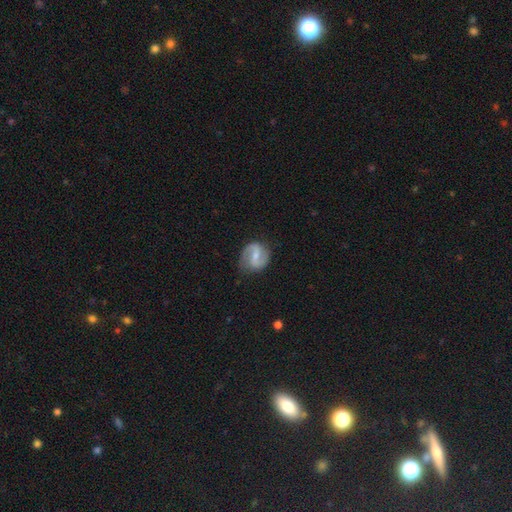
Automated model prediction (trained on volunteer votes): smooth_or_featured: featured or disk (p=0.83) [alt: smooth p=0.12]
disk_edge_on: no (p=0.98) [alt: yes p=0.02]
bar: weak (p=0.48) [alt: strong p=0.36]
has_spiral_arms: yes (p=0.95) [alt: no p=0.05]
spiral_winding: medium (p=0.48) [alt: loose p=0.34]
spiral_arm_count: 2 (p=0.91) [alt: can't tell p=0.03]
bulge_size: small (p=0.52) [alt: moderate p=0.33]
merging: none (p=0.81) [alt: minor disturbance p=0.14]